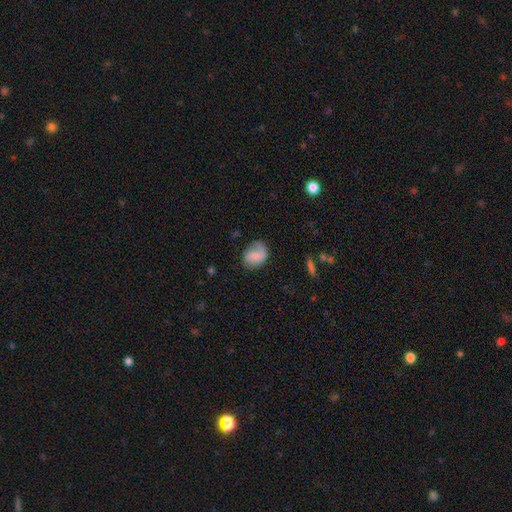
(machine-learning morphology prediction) Smooth or featured: smooth — 59% (featured or disk — 33%)
How rounded: in between — 55% (round — 44%)
Merging: none — 56% (minor disturbance — 26%)